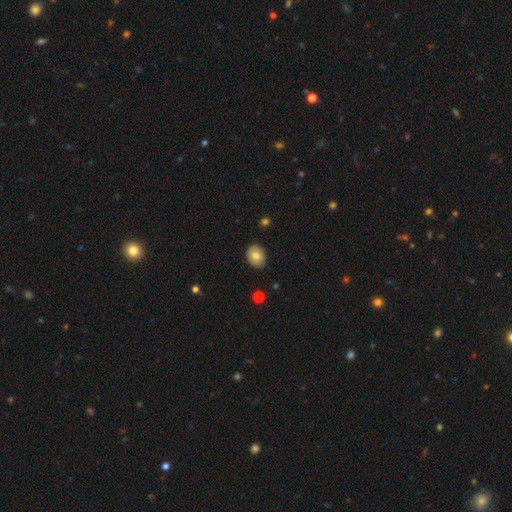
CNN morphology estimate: smooth-or-featured: smooth: 77% | featured or disk: 15% | star or artifact: 8%
  how-rounded: in between: 51% | round: 48% | cigar-shaped: 1%
  merging: none: 88% | minor disturbance: 9% | major disturbance: 2% | merger: 1%